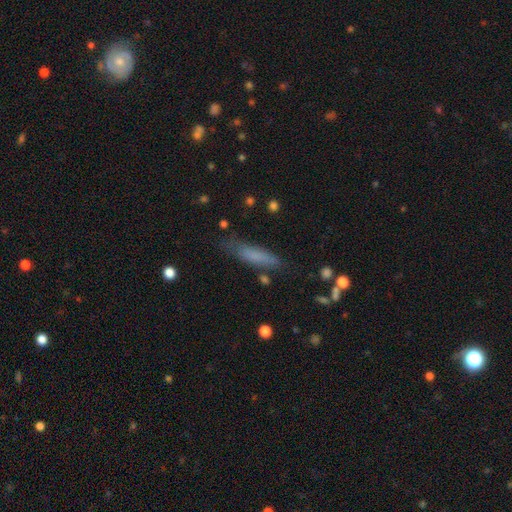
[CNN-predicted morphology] A smooth galaxy with no disk features (72%) that is cigar-shaped (75%). Merging: none (69%).